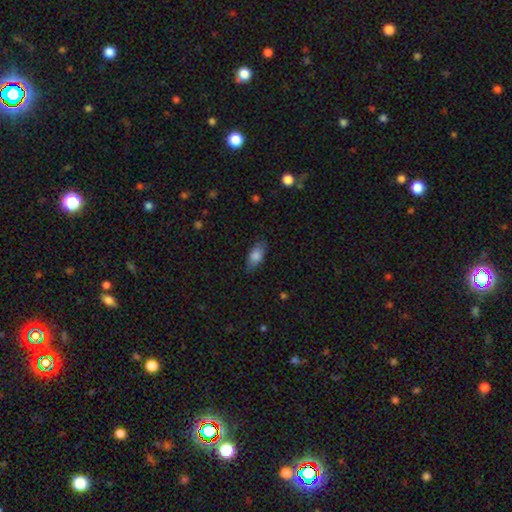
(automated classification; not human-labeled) Smooth or featured: smooth — 81% (featured or disk — 12%)
How rounded: in between — 87% (cigar-shaped — 10%)
Merging: none — 80% (minor disturbance — 16%)